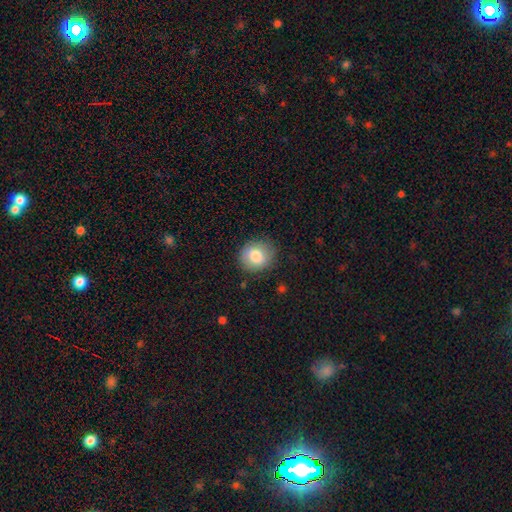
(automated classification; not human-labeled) Smooth or featured: smooth — 82% (featured or disk — 10%)
How rounded: round — 77% (in between — 22%)
Merging: none — 83% (minor disturbance — 12%)